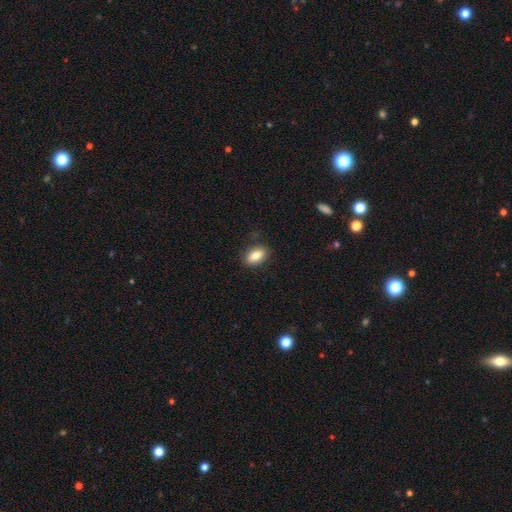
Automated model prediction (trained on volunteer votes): Smooth or featured? smooth (84%)
How rounded? in between (88%)
Merging? none (85%)